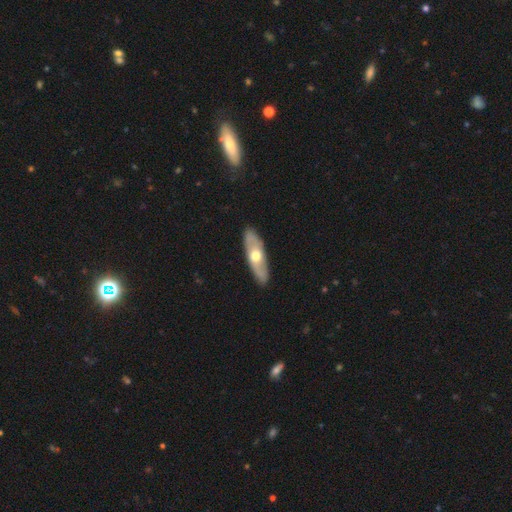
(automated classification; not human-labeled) Morphology: type=featured or disk (54%); edge-on=no (59%); merging=none (88%).